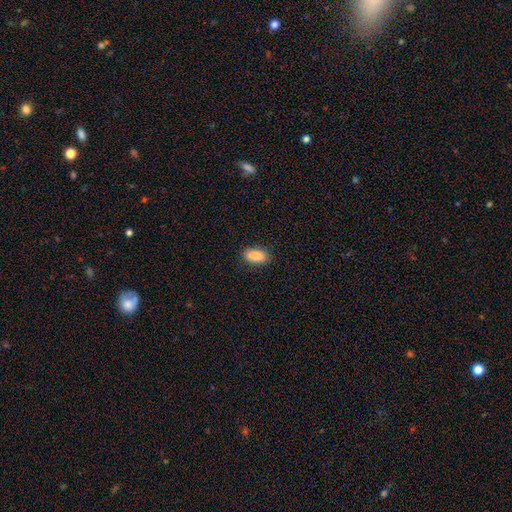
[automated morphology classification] This is clearly a smooth galaxy (86%). How rounded: clearly in between (90%). Merging: clearly none (89%).